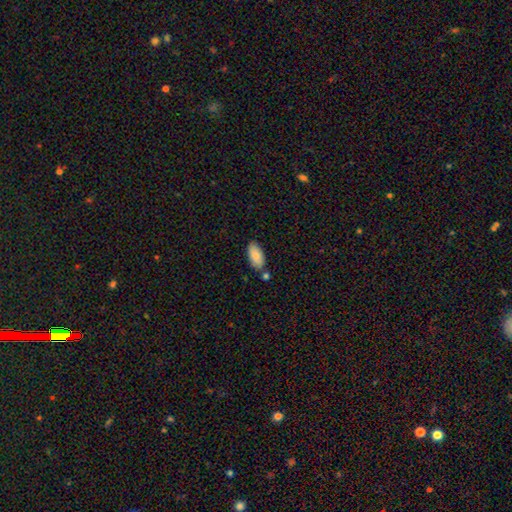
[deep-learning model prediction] Q: Smooth or featured?
A: smooth (86%); runner-up: featured or disk (8%)
Q: How rounded?
A: in between (93%); runner-up: cigar-shaped (5%)
Q: Merging?
A: none (74%); runner-up: minor disturbance (14%)